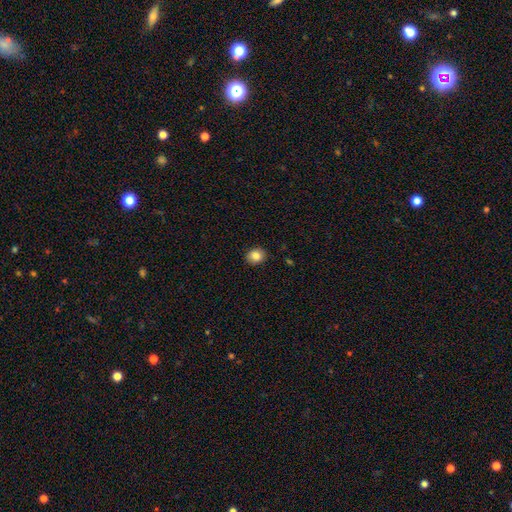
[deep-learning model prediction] smooth 85%, star or artifact 9%, featured or disk 6%. Down the decision tree: how rounded — round (65%); merging — none (89%).